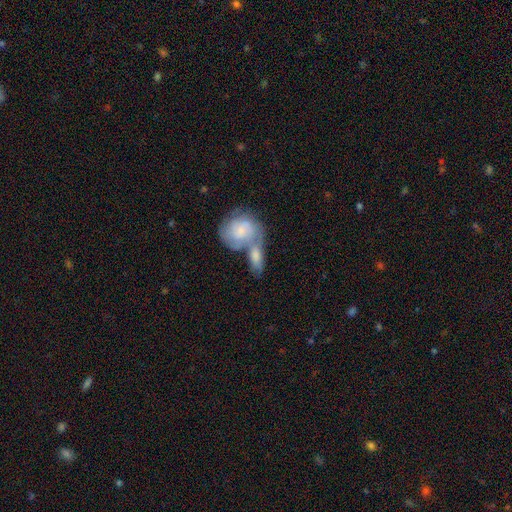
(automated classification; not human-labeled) Q: Smooth or featured?
A: smooth (57%); runner-up: featured or disk (37%)
Q: How rounded?
A: in between (71%); runner-up: round (21%)
Q: Merging?
A: merger (64%); runner-up: none (22%)